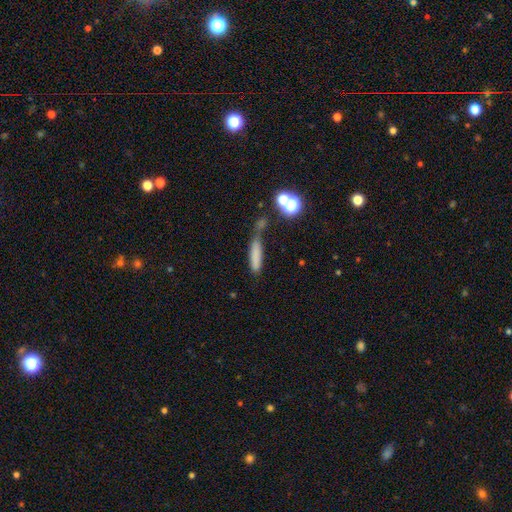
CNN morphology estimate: Smooth or featured: smooth — 74% (featured or disk — 14%)
How rounded: cigar-shaped — 78% (in between — 18%)
Merging: none — 49% (minor disturbance — 22%)